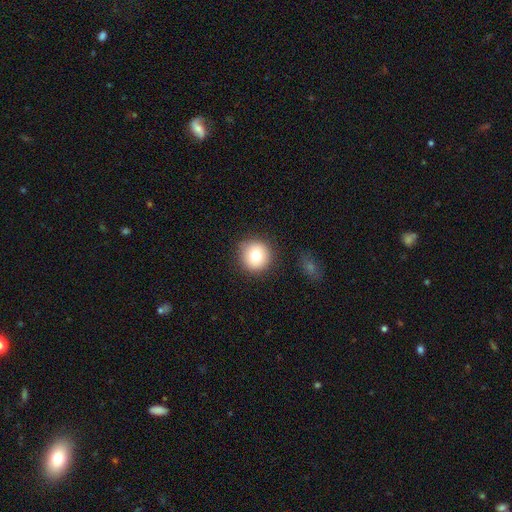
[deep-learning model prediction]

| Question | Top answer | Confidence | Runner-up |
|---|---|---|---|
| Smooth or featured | smooth | 79% | featured or disk (11%) |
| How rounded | round | 94% | in between (5%) |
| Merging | none | 86% | minor disturbance (9%) |